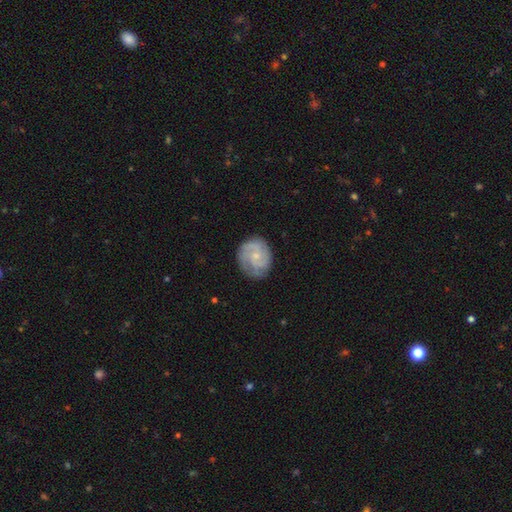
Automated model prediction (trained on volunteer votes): Smooth or featured?
  - featured or disk: 66% *
  - smooth: 27%
  - star or artifact: 6%
Edge-on disk?
  - no: 98% *
  - yes: 2%
Bar?
  - no: 75% *
  - weak: 23%
  - strong: 3%
Spiral arms?
  - yes: 89% *
  - no: 11%
Spiral winding?
  - tight: 50% *
  - medium: 38%
  - loose: 12%
Spiral arm count?
  - 3: 28% * (tied)
  - can't tell: 28% * (tied)
  - 2: 28% * (tied)
  - 4: 6%
  - 1: 5%
  - more than 4: 4%
Bulge size?
  - small: 69% *
  - moderate: 24%
  - none: 5%
  - large: 1%
  - dominant: 1%
Merging?
  - none: 73% *
  - minor disturbance: 20%
  - major disturbance: 6%
  - merger: 1%